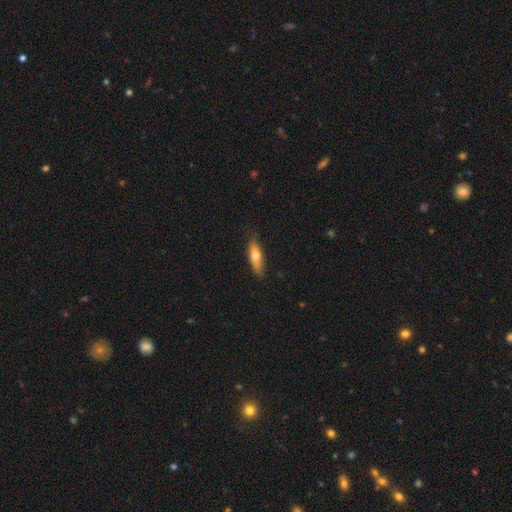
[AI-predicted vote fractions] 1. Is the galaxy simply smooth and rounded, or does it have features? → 62% smooth, 33% featured or disk, 6% star or artifact.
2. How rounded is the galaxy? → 50% in between, 46% cigar-shaped, 3% round.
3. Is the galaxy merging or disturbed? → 80% none, 16% minor disturbance, 3% major disturbance, 1% merger.